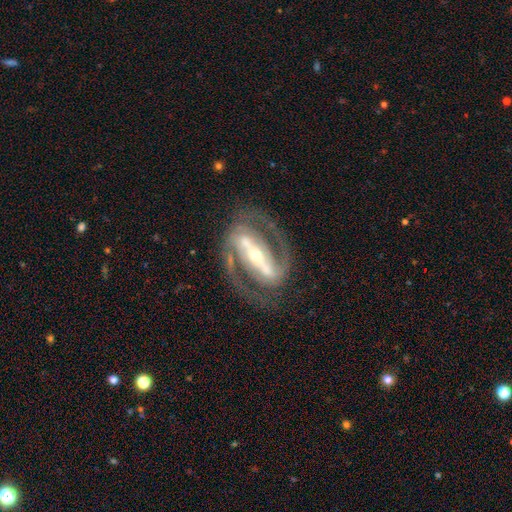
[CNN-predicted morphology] Smooth or featured? Predicted: featured or disk (p=0.91). Edge-on disk? Predicted: no (p=0.94). Bar? Predicted: strong (p=0.80). Spiral arms? Predicted: yes (p=0.95). Spiral winding? Predicted: medium (p=0.55). Spiral arm count? Predicted: 2 (p=0.92). Bulge size? Predicted: small (p=0.50). Merging? Predicted: none (p=0.78).